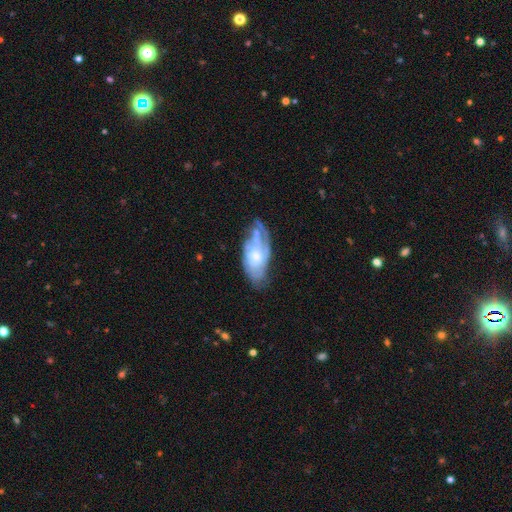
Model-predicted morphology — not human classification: type=featured or disk (71%); edge-on=no (93%); bar=no (70%); spiral arms=yes (80%); winding=tight (53%); arm count=can't tell (49%); bulge=small (44%); merging=none (48%).